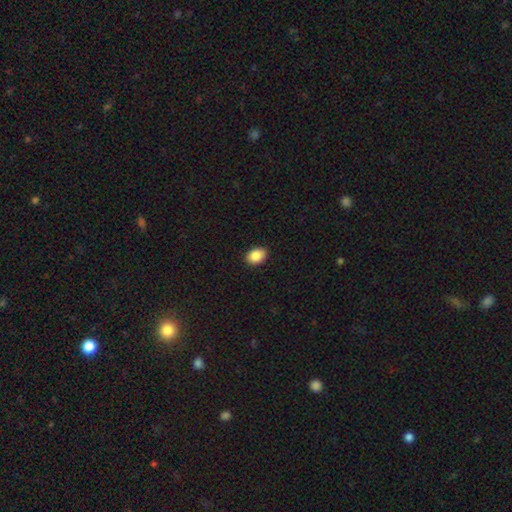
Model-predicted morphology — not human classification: This is clearly a smooth galaxy (88%). How rounded: likely in between (72%). Merging: clearly none (90%).